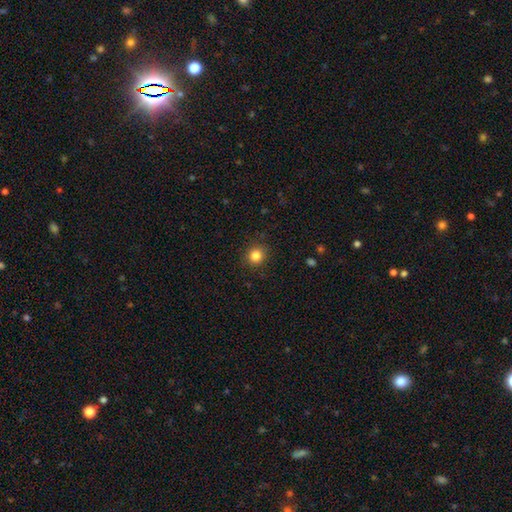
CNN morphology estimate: smooth 84%, star or artifact 12%, featured or disk 5%. Down the decision tree: how rounded — round (90%); merging — none (89%).